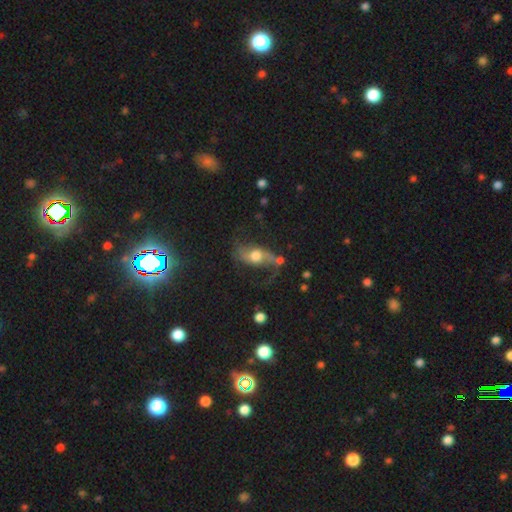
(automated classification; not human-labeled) Overall: featured or disk (68%). Edge-on disk: no (87%). Bar: no (53%; weak 33%). Spiral arms: yes (84%). Bulge size: moderate (59%; large 25%). Merging: none (51%; major disturbance 21%).